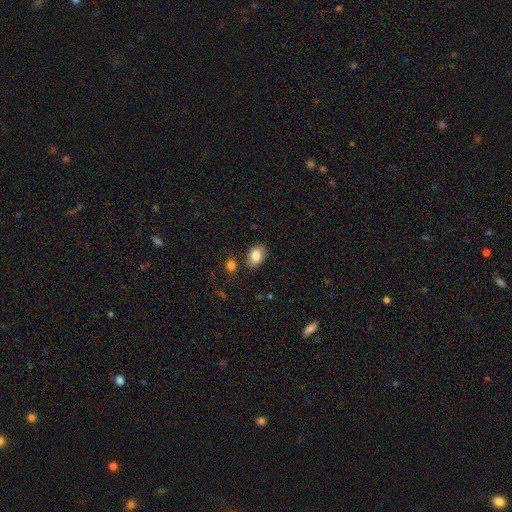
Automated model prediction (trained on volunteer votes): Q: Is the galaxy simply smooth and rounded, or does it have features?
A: smooth — 83%.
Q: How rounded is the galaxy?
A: in between — 84%.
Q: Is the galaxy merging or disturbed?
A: none — 81%.